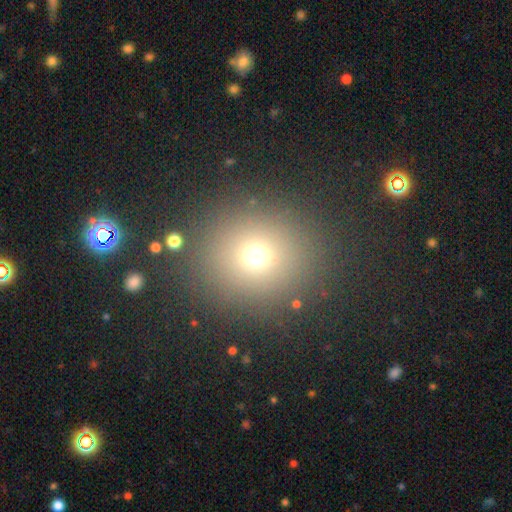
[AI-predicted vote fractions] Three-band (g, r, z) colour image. It shows a smooth galaxy with no disk features (67%) that is round (84%). Merging: none (87%).